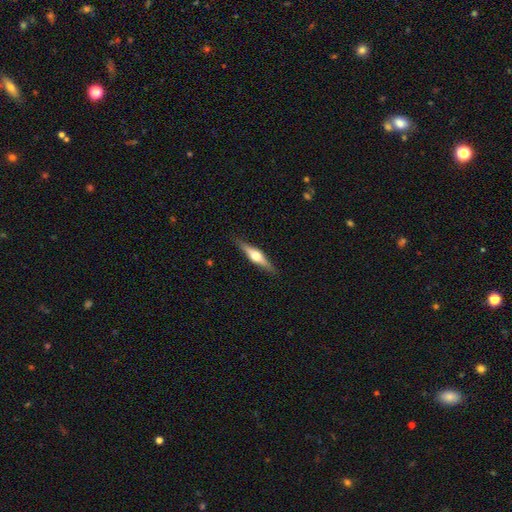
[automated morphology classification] smooth_or_featured: featured or disk (p=0.68) [alt: smooth p=0.27]
disk_edge_on: yes (p=0.97) [alt: no p=0.03]
edge_on_bulge: rounded (p=0.94) [alt: boxy p=0.04]
merging: none (p=0.90) [alt: minor disturbance p=0.08]